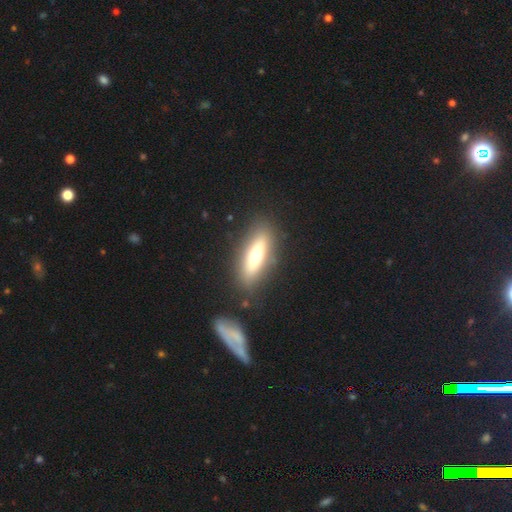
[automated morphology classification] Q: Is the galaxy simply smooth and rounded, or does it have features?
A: smooth — 56%.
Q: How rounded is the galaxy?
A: in between — 50%.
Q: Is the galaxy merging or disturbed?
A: none — 80%.